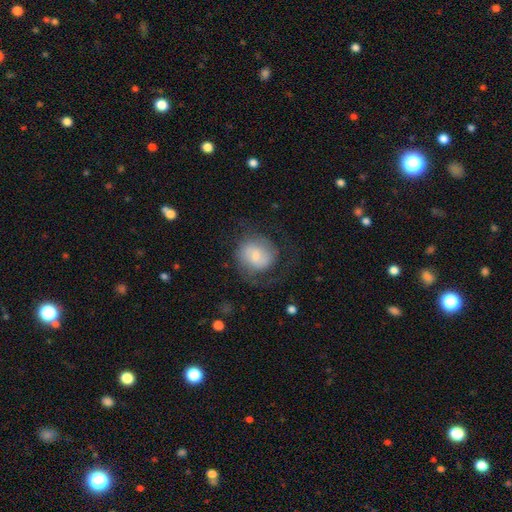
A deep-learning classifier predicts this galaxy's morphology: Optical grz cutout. It shows a smooth galaxy with no disk features (52%) that is round (79%). Merging: none (56%).